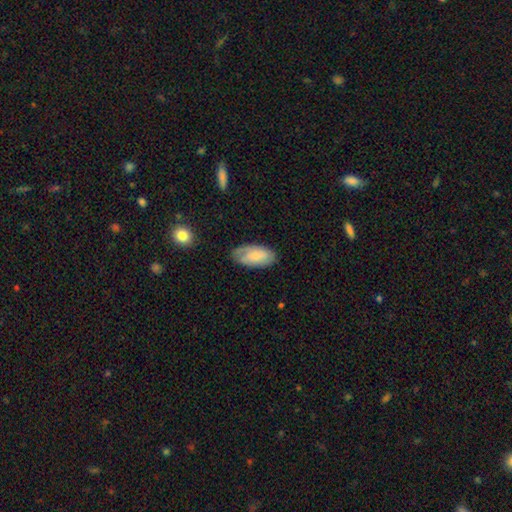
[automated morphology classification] type=smooth (60%); roundness=in between (93%); merging=none (70%).